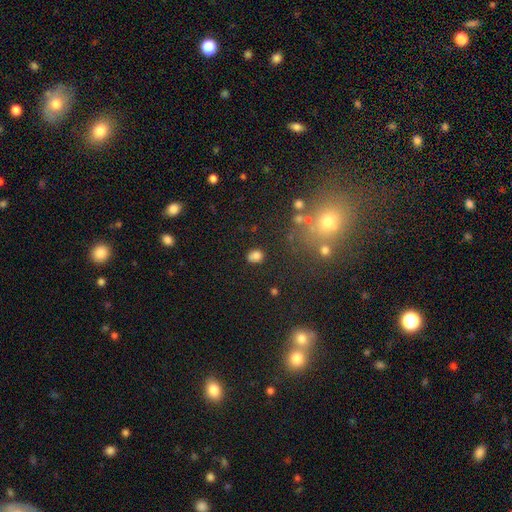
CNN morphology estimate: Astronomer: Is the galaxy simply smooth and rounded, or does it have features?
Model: smooth — 76%.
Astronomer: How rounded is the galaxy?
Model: round — 56% (runner-up: in between, 43%).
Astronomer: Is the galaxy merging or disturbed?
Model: none — 69%.